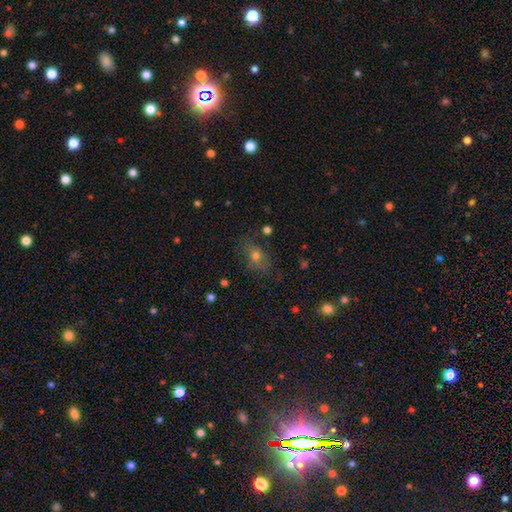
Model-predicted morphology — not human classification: The model was most divided on "smooth or featured": smooth: 55%, featured or disk: 25%, star or artifact: 20%. More confident: merging — none (70%); how rounded — in between (64%).